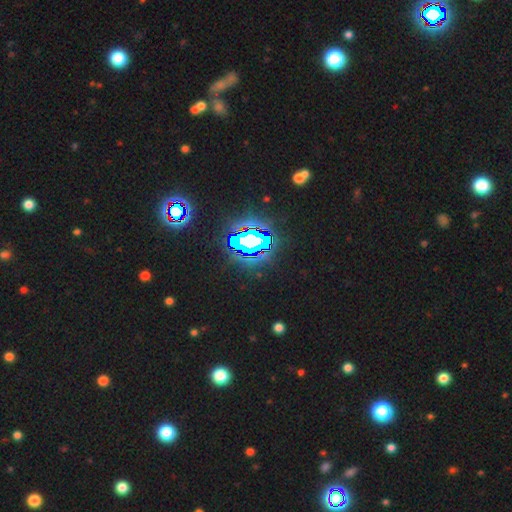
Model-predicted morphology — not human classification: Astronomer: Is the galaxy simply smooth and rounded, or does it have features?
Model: star or artifact — 82%.